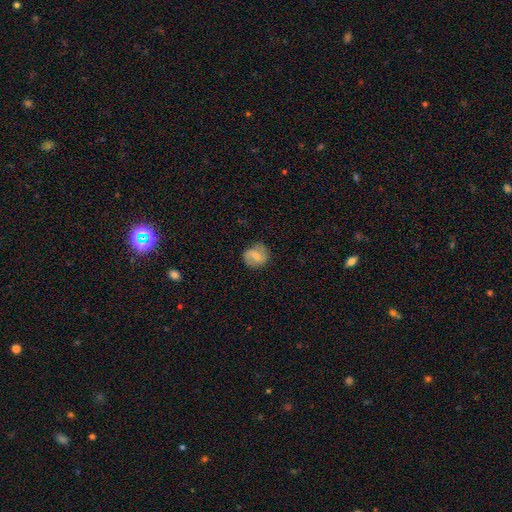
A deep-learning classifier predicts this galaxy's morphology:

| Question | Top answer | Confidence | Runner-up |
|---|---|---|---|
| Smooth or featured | featured or disk | 50% | smooth (42%) |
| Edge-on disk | no | 97% | yes (3%) |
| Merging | none | 77% | minor disturbance (17%) |